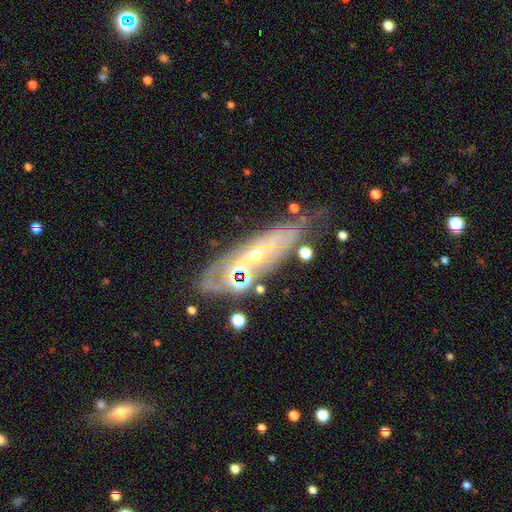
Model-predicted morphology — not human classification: The model was most divided on "bulge size": small: 69%, moderate: 27%, none: 2%, large: 1%, dominant: 1%. More confident: spiral arms — yes (79%); smooth or featured — featured or disk (79%); edge-on disk — no (74%); bar — no (68%); merging — none (64%).